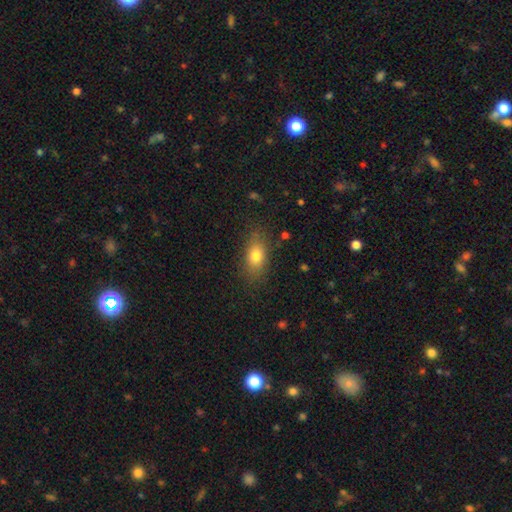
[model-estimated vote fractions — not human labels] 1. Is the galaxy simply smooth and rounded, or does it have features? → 78% smooth, 12% featured or disk, 9% star or artifact.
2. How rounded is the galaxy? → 81% in between, 11% round, 8% cigar-shaped.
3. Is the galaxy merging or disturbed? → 81% none, 13% minor disturbance, 4% major disturbance, 1% merger.